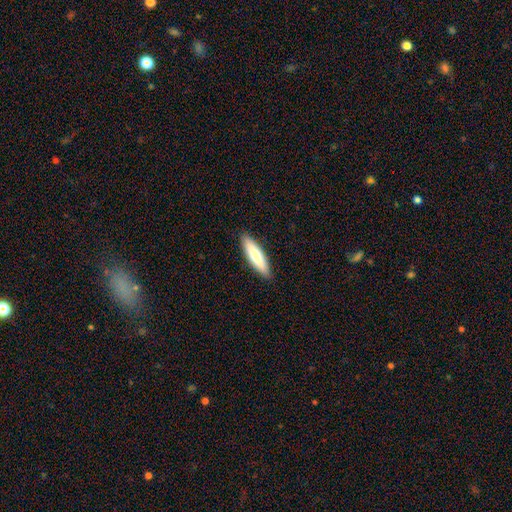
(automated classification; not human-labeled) This appears to be a smooth galaxy with no disk features (79%) that is cigar-shaped (68%). Merging: none (90%).